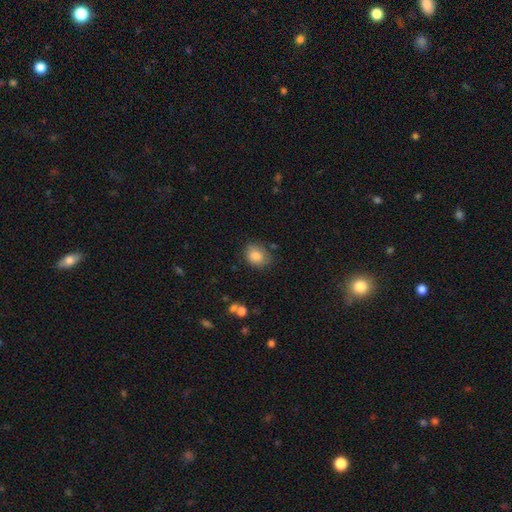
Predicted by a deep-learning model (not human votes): Smooth or featured? Predicted: smooth (p=0.84). How rounded? Predicted: round (p=0.56). Merging? Predicted: none (p=0.73).